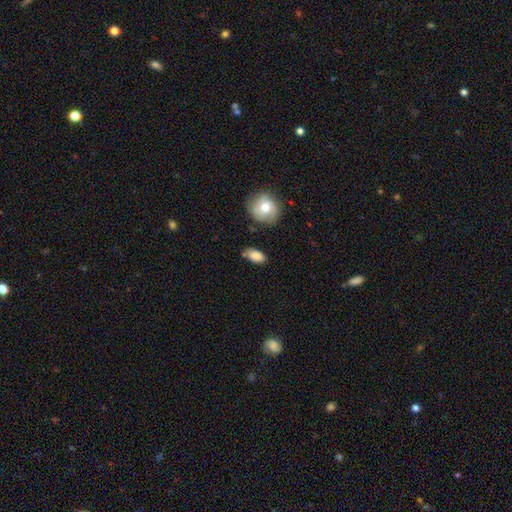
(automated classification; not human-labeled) This is clearly a smooth galaxy (84%). How rounded: clearly in between (90%). Merging: likely none (71%).